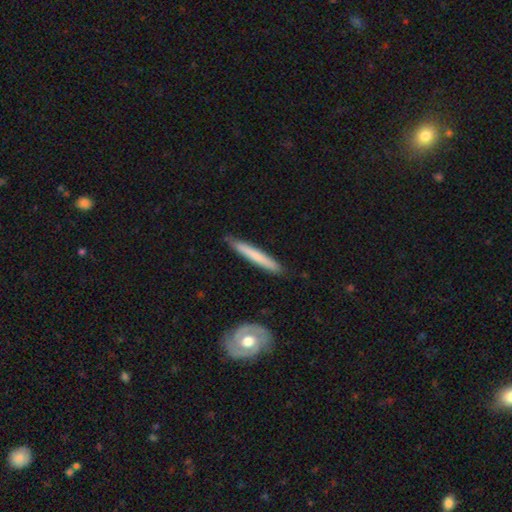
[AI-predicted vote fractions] A smooth galaxy with no disk features (60%) that is cigar-shaped (96%). Merging: none (87%).